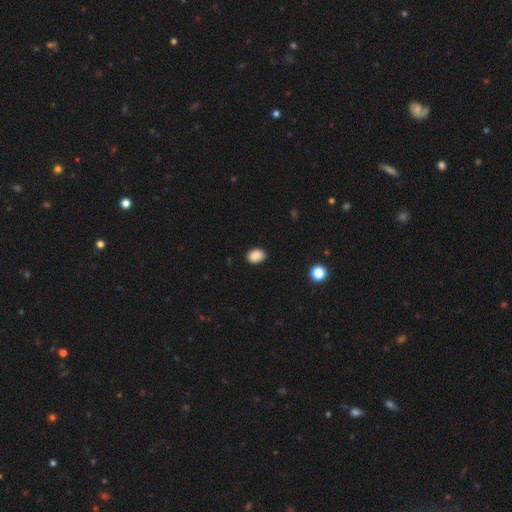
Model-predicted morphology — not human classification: smooth-or-featured: smooth: 89% | star or artifact: 9% | featured or disk: 3%
  how-rounded: in between: 67% | round: 32% | cigar-shaped: 1%
  merging: none: 89% | minor disturbance: 8% | major disturbance: 2% | merger: 1%